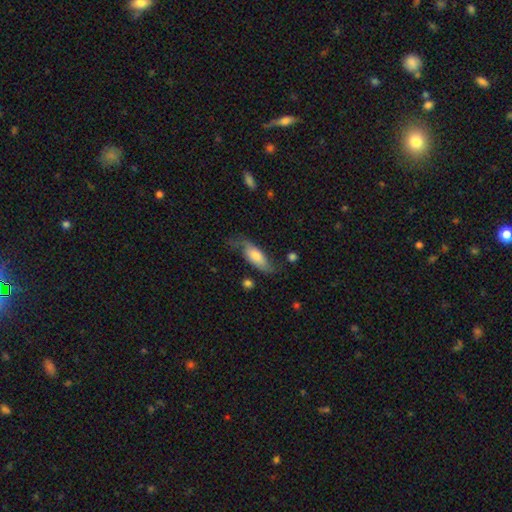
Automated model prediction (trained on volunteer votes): This appears to be a smooth galaxy with no disk features (54%) that is in between round and cigar-shaped (72%). Merging: none (52%).